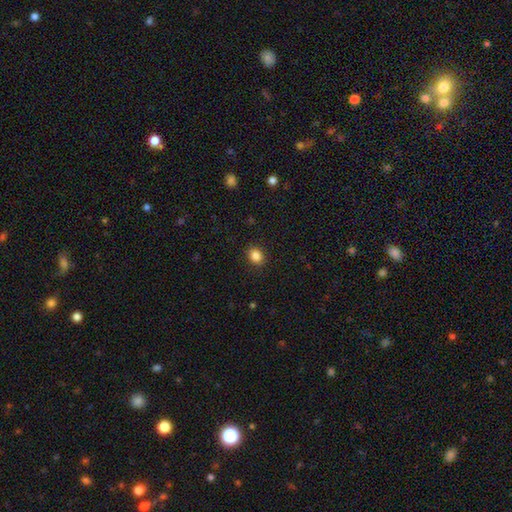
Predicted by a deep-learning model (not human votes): Overall: smooth (86%). How rounded: round (55%; in between 44%). Merging: none (89%).